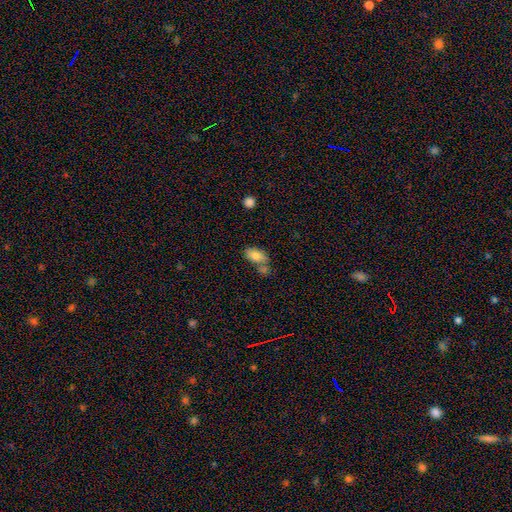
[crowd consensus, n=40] smooth_or_featured: smooth (p=0.82) [alt: star or artifact p=0.10]
how_rounded: in between (p=0.94) [alt: round p=0.06]
merging: none (p=0.53) [alt: merger p=0.33]